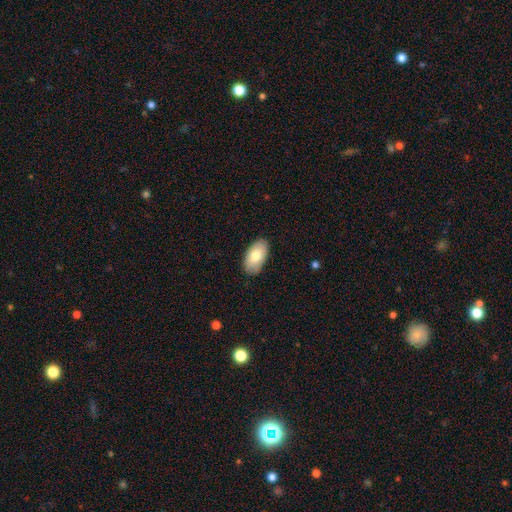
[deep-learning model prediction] smooth 76%, featured or disk 18%, star or artifact 6%. Down the decision tree: how rounded — in between (95%); merging — none (87%).